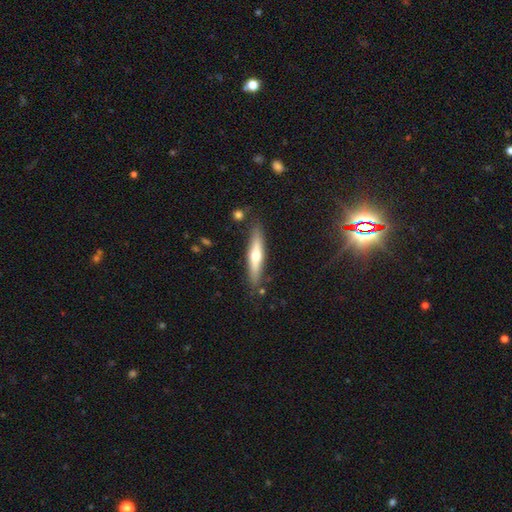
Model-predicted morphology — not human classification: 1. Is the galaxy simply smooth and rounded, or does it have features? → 48% featured or disk, 47% smooth, 6% star or artifact.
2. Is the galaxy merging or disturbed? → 84% none, 11% minor disturbance, 3% merger, 2% major disturbance.